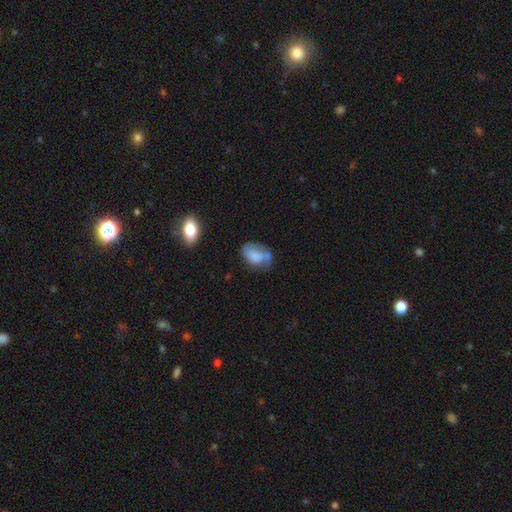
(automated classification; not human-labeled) smooth_or_featured: smooth (p=0.68) [alt: featured or disk p=0.23]
how_rounded: in between (p=0.82) [alt: round p=0.17]
merging: none (p=0.38) [alt: minor disturbance p=0.28]